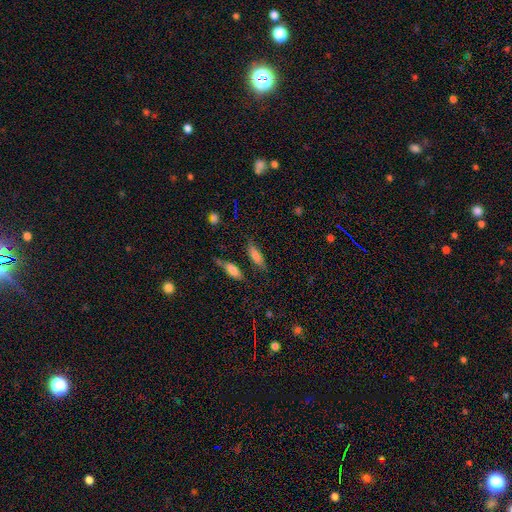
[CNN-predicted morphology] A smooth galaxy with no disk features (74%) that is in between round and cigar-shaped (55%). Merging: none (73%).